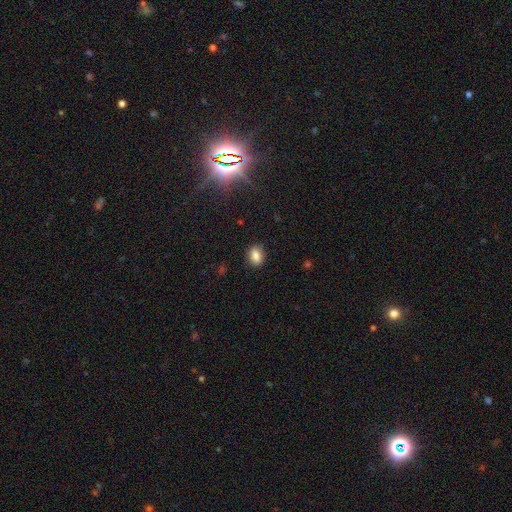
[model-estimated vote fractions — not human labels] Smooth or featured? smooth (83%)
How rounded? in between (65%)
Merging? none (87%)